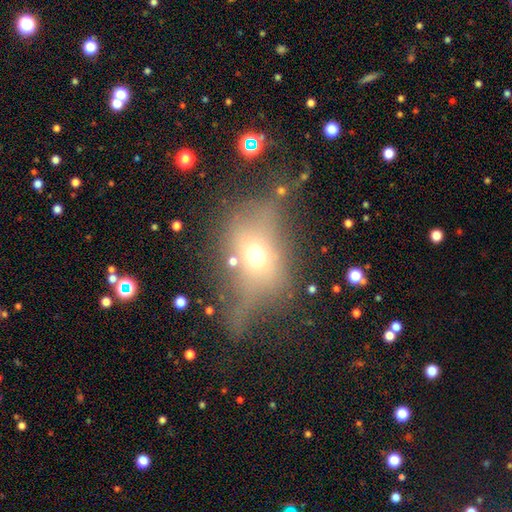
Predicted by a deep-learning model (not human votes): smooth_or_featured: smooth (p=0.45) [alt: featured or disk p=0.37]
merging: none (p=0.35) [alt: major disturbance p=0.34]